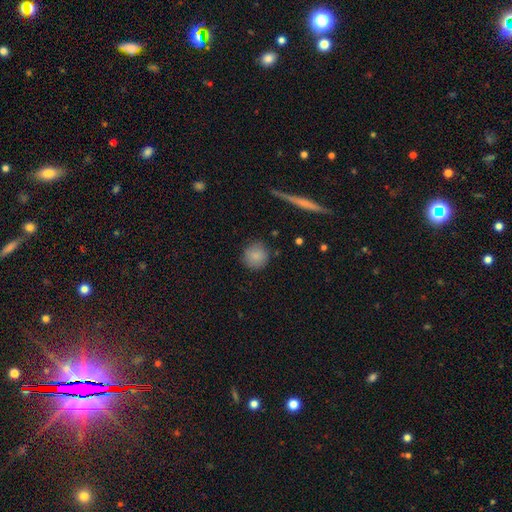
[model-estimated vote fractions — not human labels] Smooth or featured?
  - smooth: 85% *
  - star or artifact: 8%
  - featured or disk: 6%
How rounded?
  - round: 92% *
  - in between: 7%
  - cigar-shaped: 1%
Merging?
  - none: 86% *
  - minor disturbance: 10%
  - major disturbance: 3%
  - merger: 2%